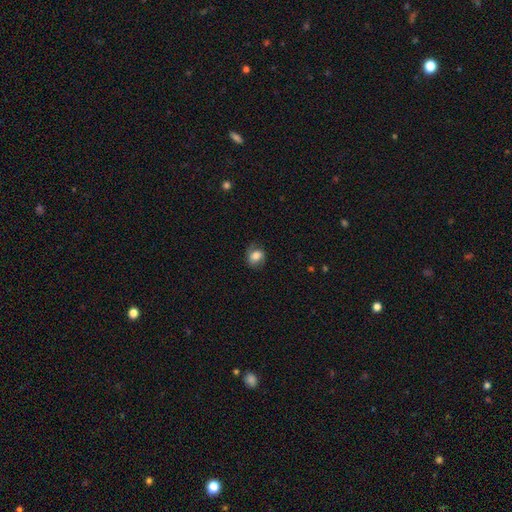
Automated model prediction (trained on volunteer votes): This is likely a smooth galaxy (70%). How rounded: possibly round (54%). Merging: likely none (69%).